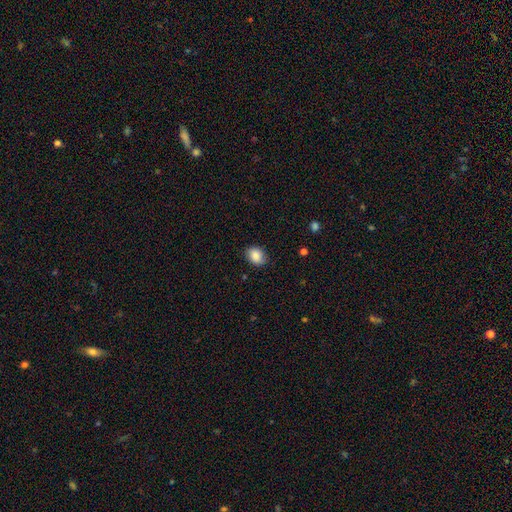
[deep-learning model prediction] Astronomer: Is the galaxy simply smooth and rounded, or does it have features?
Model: smooth — 85%.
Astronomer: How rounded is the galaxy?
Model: in between — 62% (runner-up: round, 37%).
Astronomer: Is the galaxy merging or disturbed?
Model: none — 81%.